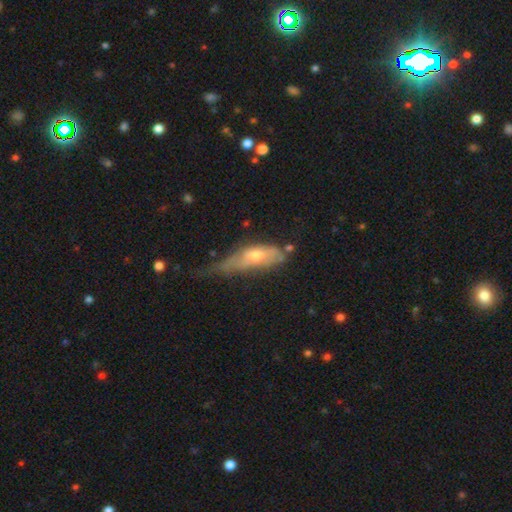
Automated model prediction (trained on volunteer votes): The model was most divided on "merging": major disturbance: 38%, minor disturbance: 34%, none: 22%, merger: 6%. Remaining: smooth or featured — smooth (48%).